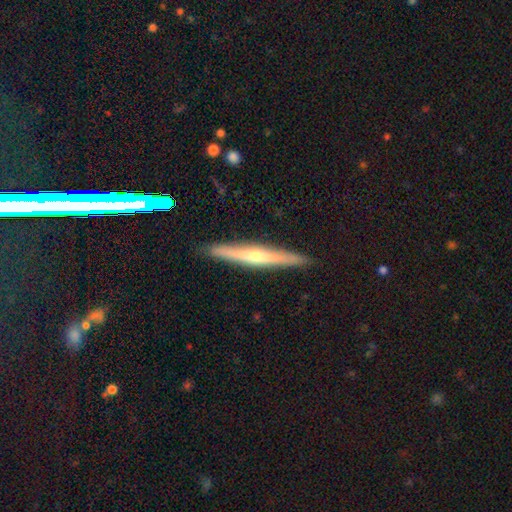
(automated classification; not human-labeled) Overall: featured or disk (62%; smooth 31%). Edge-on disk: yes (96%). Edge-on bulge: rounded (70%). Merging: none (91%).